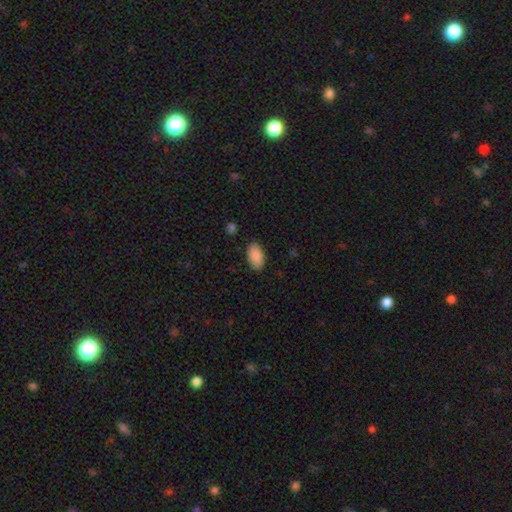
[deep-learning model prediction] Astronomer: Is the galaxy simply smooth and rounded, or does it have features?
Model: smooth — 90%.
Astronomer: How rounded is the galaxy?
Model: in between — 95%.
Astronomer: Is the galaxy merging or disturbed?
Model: none — 86%.